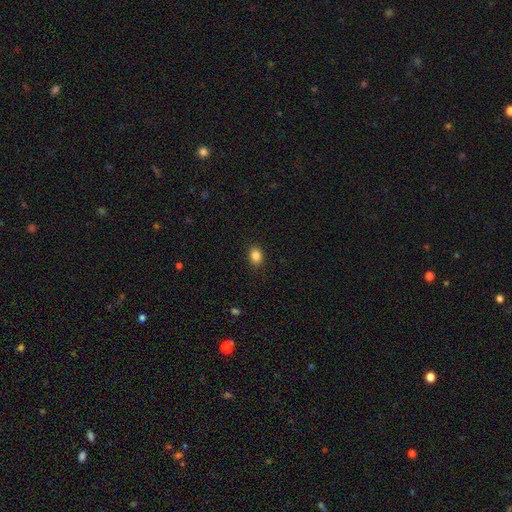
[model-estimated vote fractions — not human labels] A smooth galaxy with no disk features (86%) that is in between round and cigar-shaped (59%). Merging: none (89%).